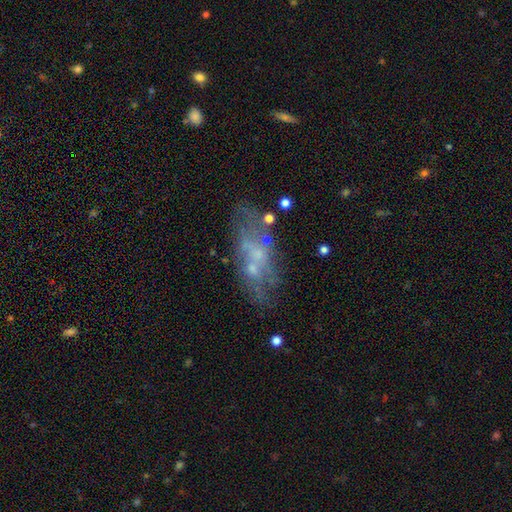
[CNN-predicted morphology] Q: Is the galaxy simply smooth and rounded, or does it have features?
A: featured or disk — 58%.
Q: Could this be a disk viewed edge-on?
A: no — 87%.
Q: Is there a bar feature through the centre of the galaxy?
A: no — 80%.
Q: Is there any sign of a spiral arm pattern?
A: no — 77%.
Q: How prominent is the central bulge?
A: none — 40%, tied with small.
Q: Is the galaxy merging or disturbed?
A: none — 54%.